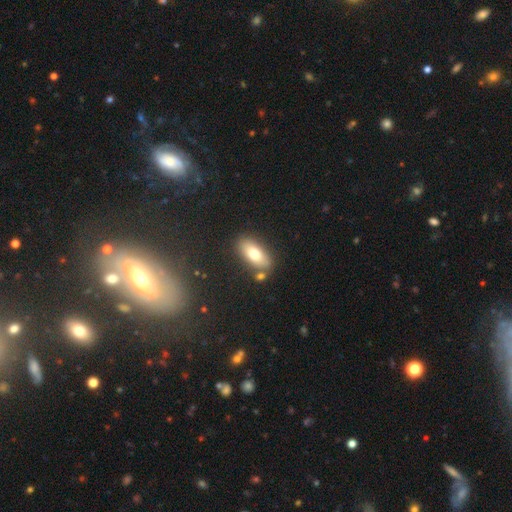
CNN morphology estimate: Smooth or featured?
  - smooth: 75% *
  - featured or disk: 18%
  - star or artifact: 8%
How rounded?
  - in between: 86% *
  - cigar-shaped: 10%
  - round: 4%
Merging?
  - none: 78% *
  - minor disturbance: 11%
  - merger: 9%
  - major disturbance: 3%